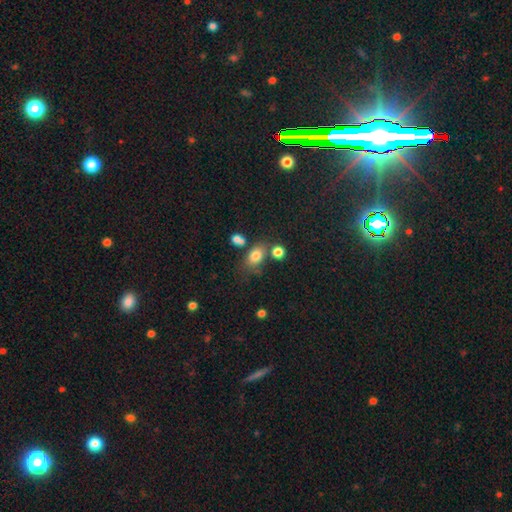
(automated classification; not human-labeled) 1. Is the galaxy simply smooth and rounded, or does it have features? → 78% smooth, 12% star or artifact, 10% featured or disk.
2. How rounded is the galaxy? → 73% in between, 25% round, 2% cigar-shaped.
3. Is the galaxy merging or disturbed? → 60% none, 17% merger, 16% minor disturbance, 6% major disturbance.